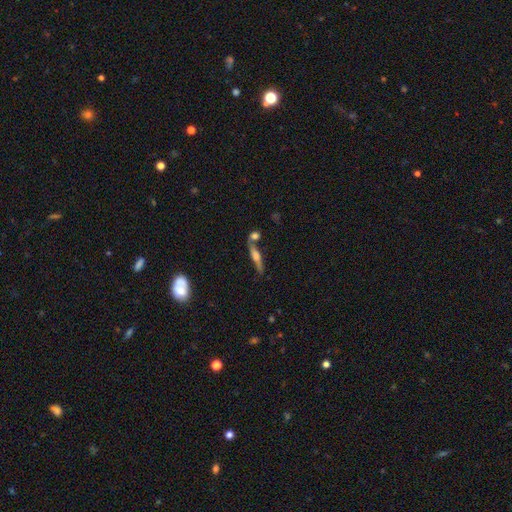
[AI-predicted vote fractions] Overall: featured or disk (65%). Edge-on disk: yes (90%). Edge-on bulge: rounded (81%). Merging: none (70%).